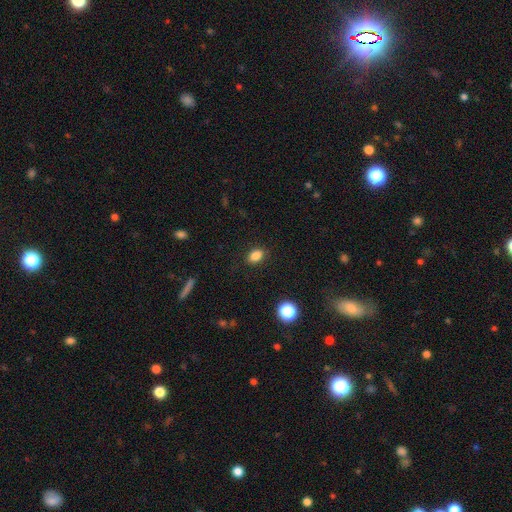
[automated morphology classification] This is clearly a smooth galaxy (84%). How rounded: clearly in between (80%). Merging: clearly none (87%).